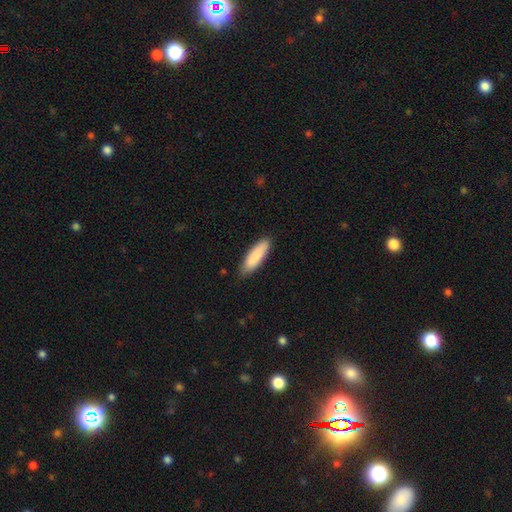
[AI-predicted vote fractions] smooth_or_featured: smooth (p=0.88) [alt: featured or disk p=0.06]
how_rounded: cigar-shaped (p=0.54) [alt: in between p=0.45]
merging: none (p=0.85) [alt: minor disturbance p=0.12]